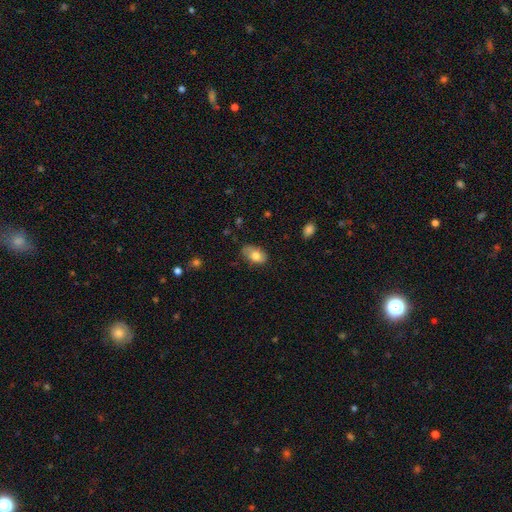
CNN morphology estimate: This is likely a smooth galaxy (78%). How rounded: clearly in between (91%). Merging: likely none (67%).